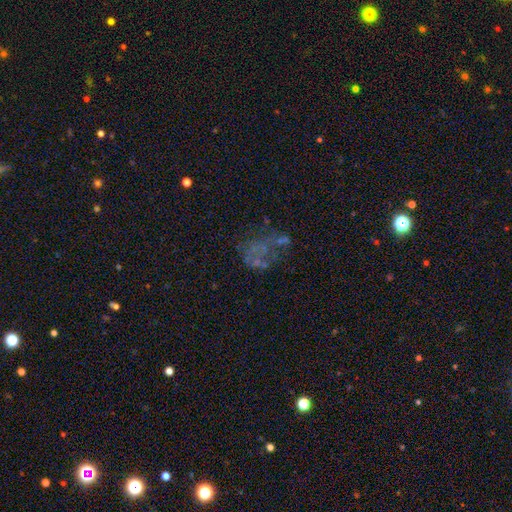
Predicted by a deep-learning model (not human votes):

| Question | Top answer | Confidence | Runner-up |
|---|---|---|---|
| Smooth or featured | featured or disk | 47% | star or artifact (27%) |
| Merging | none | 40% | major disturbance (31%) |